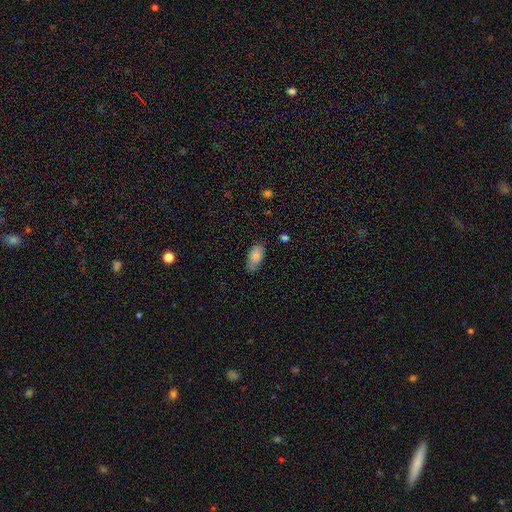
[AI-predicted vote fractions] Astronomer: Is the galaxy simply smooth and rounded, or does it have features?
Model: smooth — 79%.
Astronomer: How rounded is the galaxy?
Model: in between — 92%.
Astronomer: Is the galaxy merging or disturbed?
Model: none — 71%.